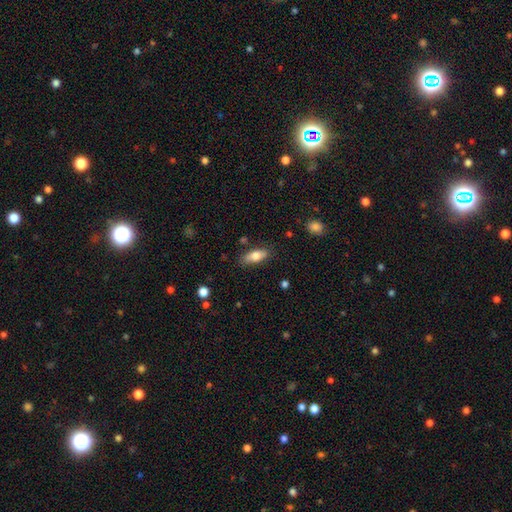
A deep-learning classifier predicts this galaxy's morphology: This is likely a smooth galaxy (74%). How rounded: likely in between (75%). Merging: clearly none (80%).